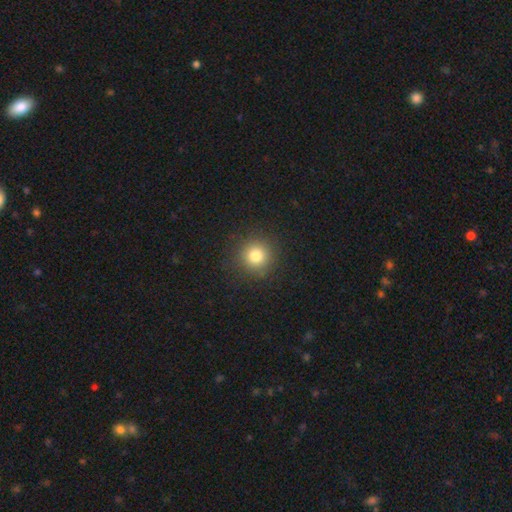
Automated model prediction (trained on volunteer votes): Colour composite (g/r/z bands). It shows a smooth galaxy with no disk features (80%) that is round (94%). Merging: none (90%).